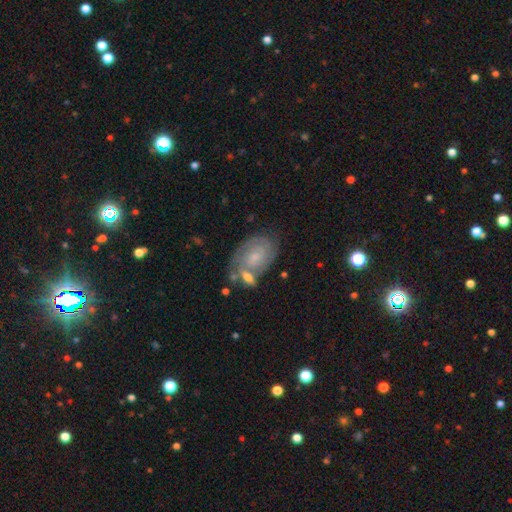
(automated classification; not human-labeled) smooth-or-featured: featured or disk: 70% | smooth: 23% | star or artifact: 7%
  disk-edge-on: no: 96% | yes: 4%
    bar: no: 69% | weak: 27% | strong: 5%
    has-spiral-arms: yes: 89% | no: 11%
      spiral-winding: tight: 69% | medium: 24% | loose: 7%
      spiral-arm-count: 2: 44% | can't tell: 34% | 3: 10% | 1: 7% | 4: 3% | more than 4: 3%
    bulge-size: small: 61% | moderate: 26% | none: 9% | large: 3% | dominant: 1%
  merging: none: 52% | merger: 21% | minor disturbance: 18% | major disturbance: 9%